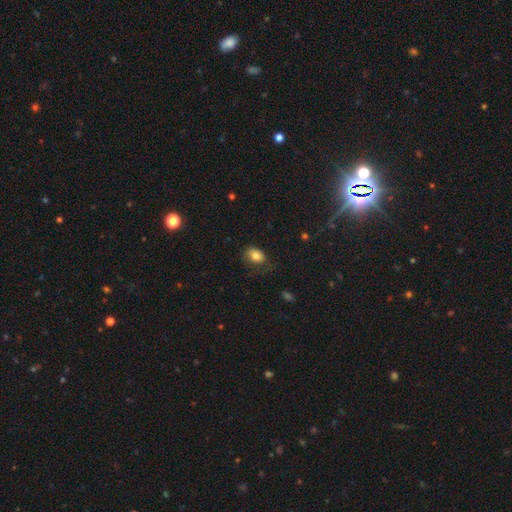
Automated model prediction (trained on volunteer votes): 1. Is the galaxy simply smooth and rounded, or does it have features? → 80% smooth, 10% featured or disk, 10% star or artifact.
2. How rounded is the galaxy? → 77% in between, 22% round, 1% cigar-shaped.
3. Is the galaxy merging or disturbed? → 61% none, 24% minor disturbance, 13% major disturbance, 2% merger.